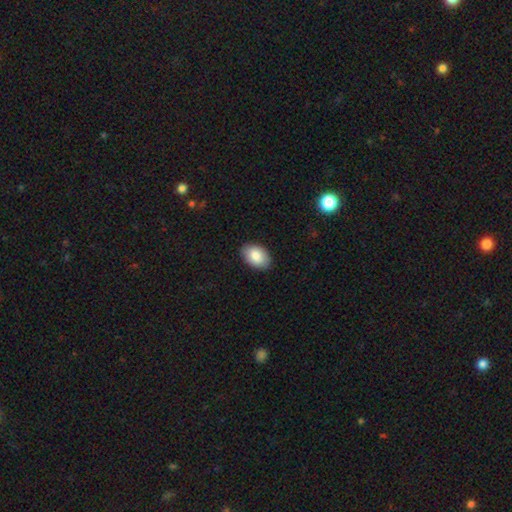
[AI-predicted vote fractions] smooth-or-featured: smooth: 86% | featured or disk: 8% | star or artifact: 6%
  how-rounded: in between: 91% | round: 8% | cigar-shaped: 1%
  merging: none: 88% | minor disturbance: 10% | major disturbance: 2% | merger: 1%